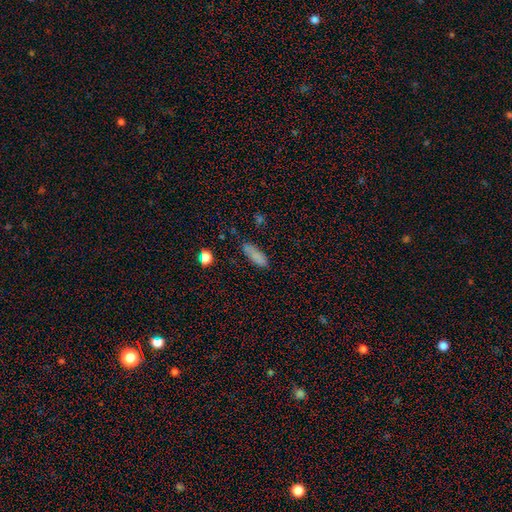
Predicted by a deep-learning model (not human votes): smooth_or_featured: smooth (p=0.79) [alt: star or artifact p=0.12]
how_rounded: in between (p=0.63) [alt: cigar-shaped p=0.34]
merging: none (p=0.72) [alt: minor disturbance p=0.20]